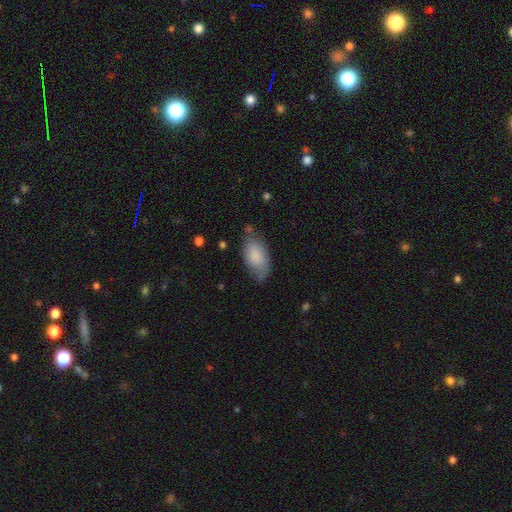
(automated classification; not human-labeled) smooth_or_featured: smooth (p=0.80) [alt: featured or disk p=0.14]
how_rounded: in between (p=0.94) [alt: cigar-shaped p=0.03]
merging: none (p=0.62) [alt: minor disturbance p=0.28]